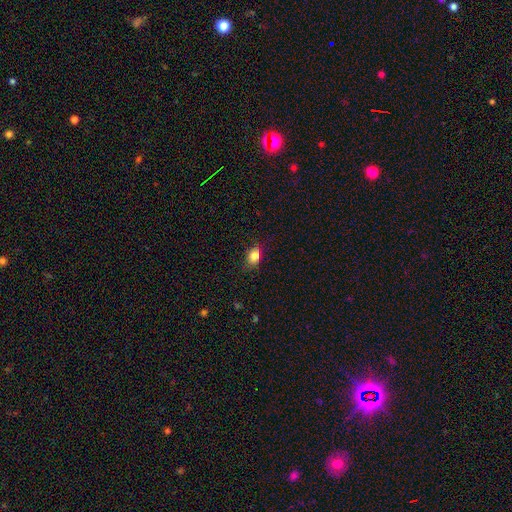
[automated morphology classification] Smooth or featured?
  - smooth: 83% *
  - star or artifact: 11%
  - featured or disk: 7%
How rounded?
  - in between: 69% *
  - round: 29%
  - cigar-shaped: 2%
Merging?
  - none: 75% *
  - minor disturbance: 19%
  - major disturbance: 4%
  - merger: 1%